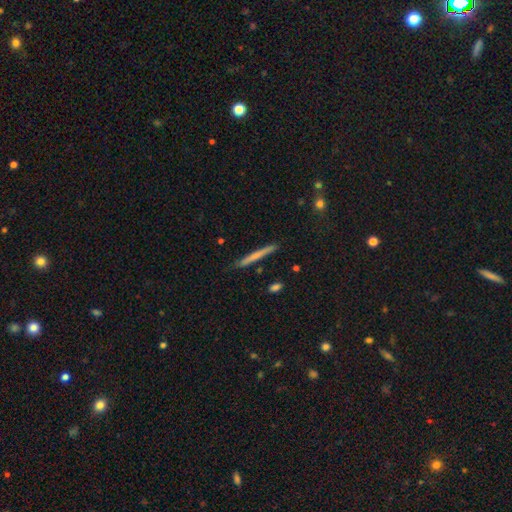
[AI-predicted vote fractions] Q: Smooth or featured?
A: smooth (58%); runner-up: featured or disk (36%)
Q: How rounded?
A: cigar-shaped (97%); runner-up: in between (2%)
Q: Merging?
A: none (89%); runner-up: minor disturbance (8%)